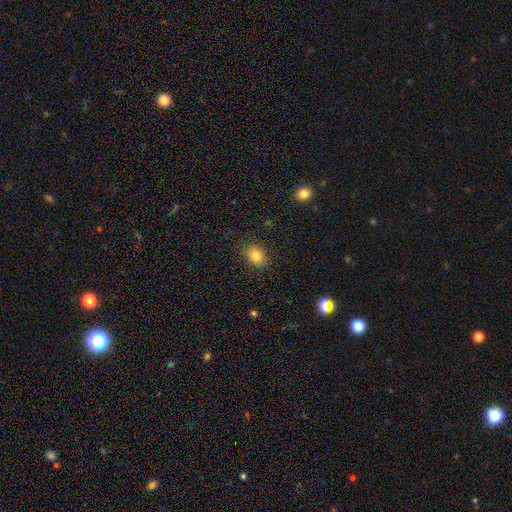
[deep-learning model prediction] A smooth galaxy with no disk features (84%) that is in between round and cigar-shaped (50%). Merging: none (85%).